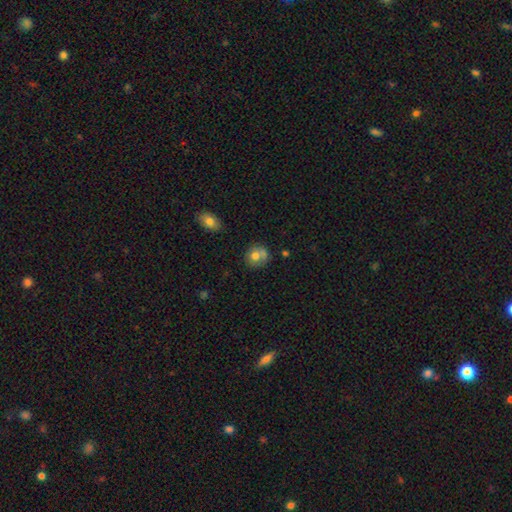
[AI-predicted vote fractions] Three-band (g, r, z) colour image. It shows a smooth galaxy with no disk features (70%) that is round (80%). Merging: none (57%).